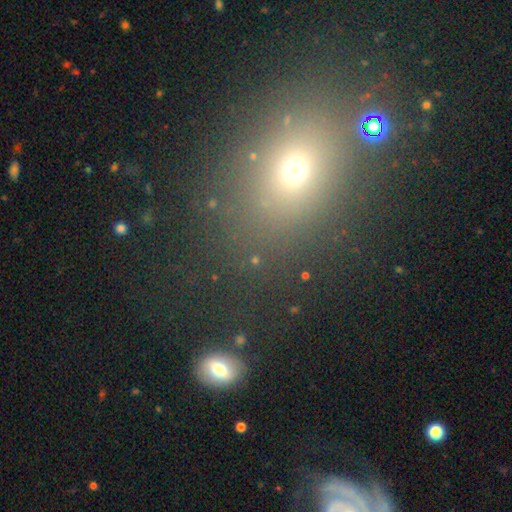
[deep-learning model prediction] Smooth or featured? smooth (61%)
How rounded? in between (57%)
Merging? none (79%)